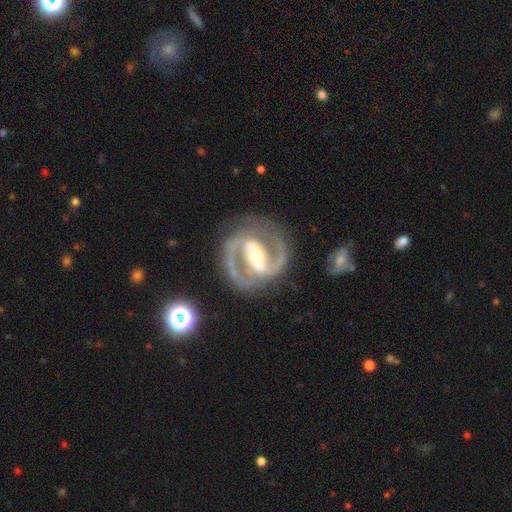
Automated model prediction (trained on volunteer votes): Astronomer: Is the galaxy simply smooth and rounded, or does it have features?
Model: featured or disk — 91%.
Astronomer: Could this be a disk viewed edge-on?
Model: no — 97%.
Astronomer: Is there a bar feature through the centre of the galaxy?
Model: strong — 64%.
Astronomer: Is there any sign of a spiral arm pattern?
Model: yes — 97%.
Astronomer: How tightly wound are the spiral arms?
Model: medium — 57% (runner-up: tight, 33%).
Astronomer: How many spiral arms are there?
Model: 2 — 93%.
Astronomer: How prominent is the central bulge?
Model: moderate — 59%.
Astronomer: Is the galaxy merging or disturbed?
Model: none — 80%.